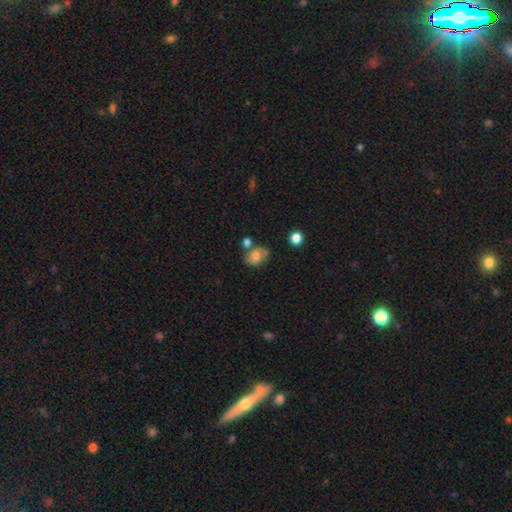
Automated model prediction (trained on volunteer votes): Smooth or featured: smooth — 61% (featured or disk — 29%)
How rounded: in between — 60% (round — 39%)
Merging: none — 55% (minor disturbance — 22%)